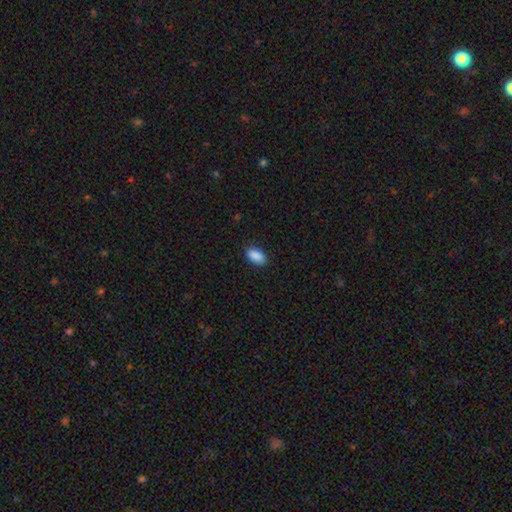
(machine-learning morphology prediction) Q: Smooth or featured?
A: smooth (90%); runner-up: star or artifact (7%)
Q: How rounded?
A: in between (92%); runner-up: cigar-shaped (5%)
Q: Merging?
A: none (88%); runner-up: minor disturbance (9%)